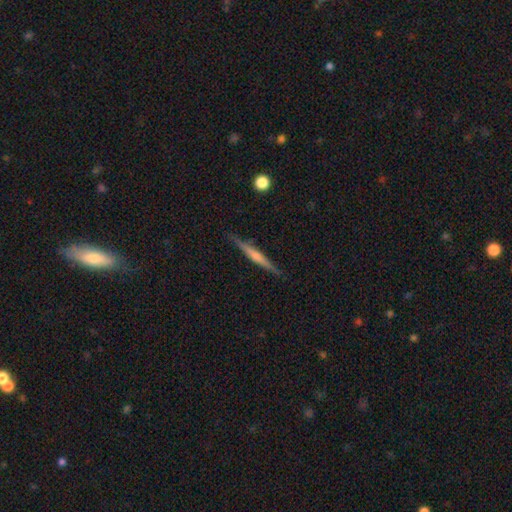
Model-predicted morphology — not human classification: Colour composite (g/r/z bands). It shows a featured or disk galaxy (68%) viewed edge-on (98%) with a rounded central bulge (55%). Merging: none (90%).